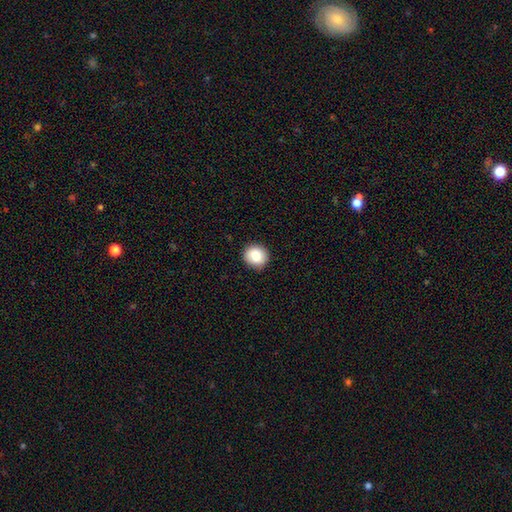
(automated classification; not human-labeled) Smooth or featured?
  - smooth: 87% *
  - star or artifact: 8%
  - featured or disk: 5%
How rounded?
  - round: 85% *
  - in between: 14%
  - cigar-shaped: 1%
Merging?
  - none: 90% *
  - minor disturbance: 8%
  - major disturbance: 2%
  - merger: 1%